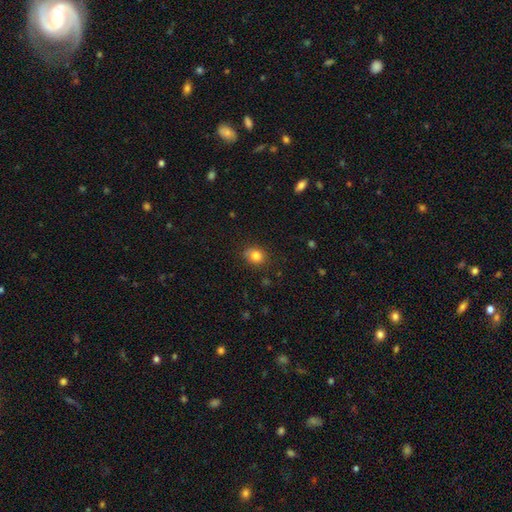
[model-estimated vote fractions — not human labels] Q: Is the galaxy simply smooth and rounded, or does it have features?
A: smooth — 83%.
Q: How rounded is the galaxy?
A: round — 62%.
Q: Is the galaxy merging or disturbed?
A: none — 78%.